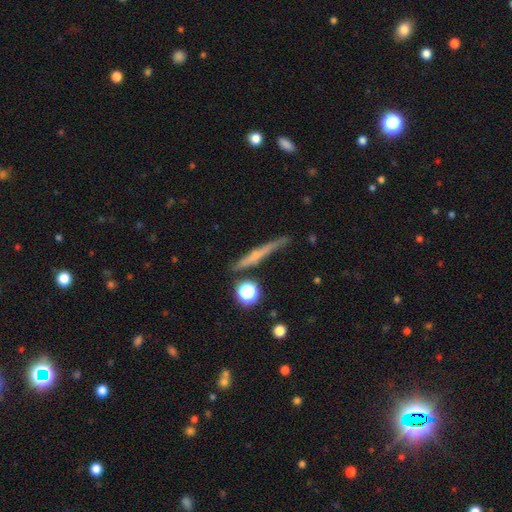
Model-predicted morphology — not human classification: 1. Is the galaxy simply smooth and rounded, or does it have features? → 51% featured or disk, 39% smooth, 10% star or artifact.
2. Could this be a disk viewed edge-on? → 94% yes, 6% no.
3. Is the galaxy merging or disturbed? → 80% none, 13% minor disturbance, 4% merger, 3% major disturbance.